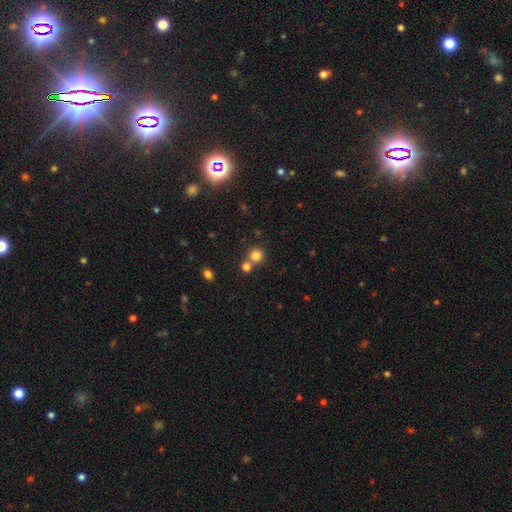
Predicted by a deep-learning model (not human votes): Smooth or featured?
  - smooth: 79% *
  - star or artifact: 14%
  - featured or disk: 6%
How rounded?
  - round: 91% *
  - in between: 8%
  - cigar-shaped: 1%
Merging?
  - none: 62% *
  - merger: 28%
  - minor disturbance: 7%
  - major disturbance: 3%